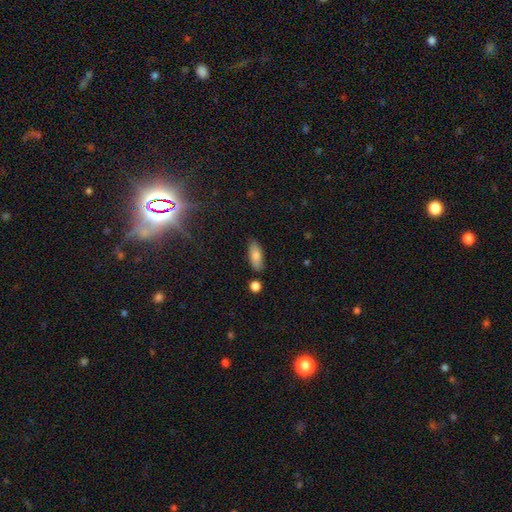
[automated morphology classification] A smooth galaxy with no disk features (82%) that is in between round and cigar-shaped (77%).

Vote fractions:
- Smooth or featured? smooth: 82% / featured or disk: 11% / star or artifact: 7%
- How rounded? in between: 77% / cigar-shaped: 21% / round: 3%
- Merging? none: 82% / minor disturbance: 12% / merger: 4% / major disturbance: 3%